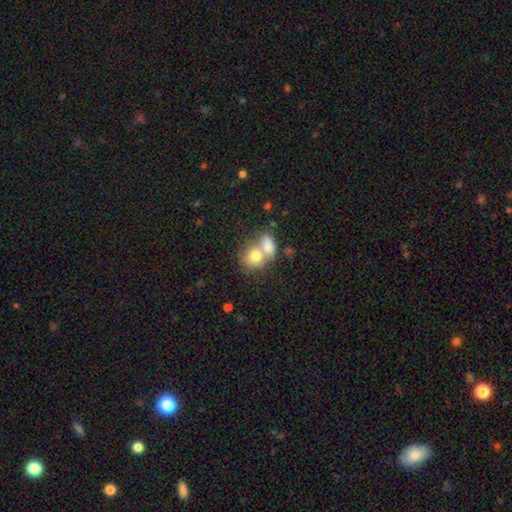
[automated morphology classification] type=smooth (75%); roundness=round (54%); merging=merger (61%).